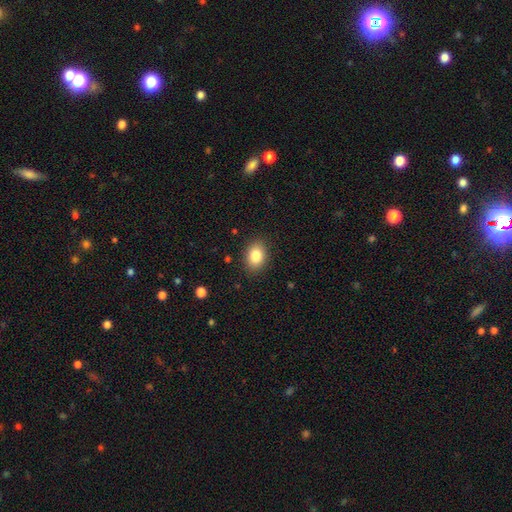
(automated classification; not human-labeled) Q: Smooth or featured?
A: smooth (84%); runner-up: star or artifact (9%)
Q: How rounded?
A: in between (72%); runner-up: round (27%)
Q: Merging?
A: none (88%); runner-up: minor disturbance (9%)